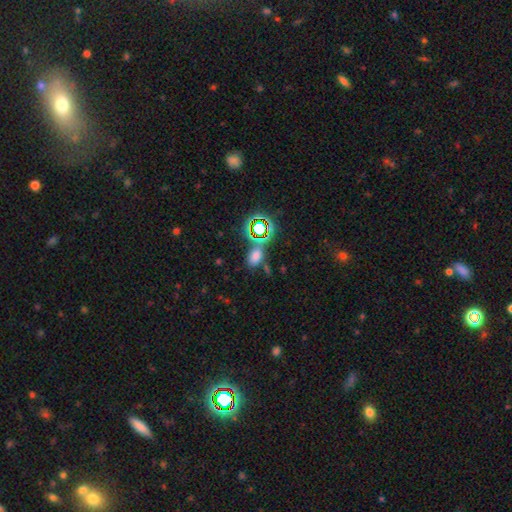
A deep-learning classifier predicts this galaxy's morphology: Smooth or featured?
  - smooth: 63% *
  - star or artifact: 30%
  - featured or disk: 7%
How rounded?
  - in between: 82% *
  - round: 16%
  - cigar-shaped: 3%
Merging?
  - none: 65% *
  - minor disturbance: 15%
  - merger: 14%
  - major disturbance: 6%